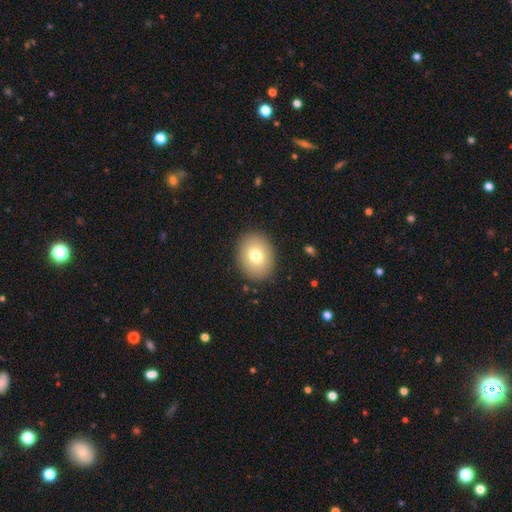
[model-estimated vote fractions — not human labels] A smooth galaxy with no disk features (76%) that is in between round and cigar-shaped (57%). Merging: none (88%).